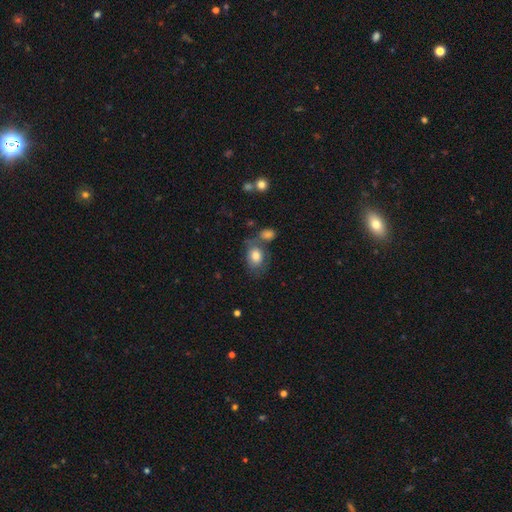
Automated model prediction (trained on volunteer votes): This is likely a smooth galaxy (78%). How rounded: likely in between (69%). Merging: possibly none (47%).